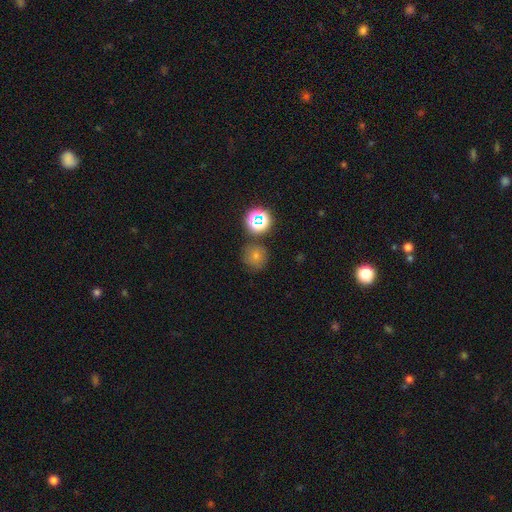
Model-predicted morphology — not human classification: type=smooth (51%); roundness=round (92%); merging=none (81%).